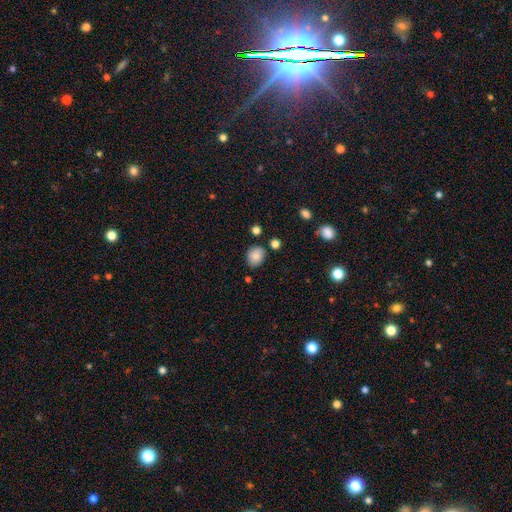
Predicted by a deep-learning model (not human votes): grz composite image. It shows a smooth galaxy with no disk features (85%) that is in between round and cigar-shaped (52%). Merging: none (78%).